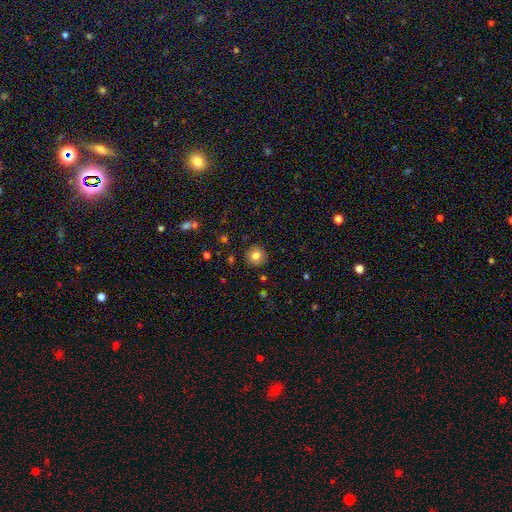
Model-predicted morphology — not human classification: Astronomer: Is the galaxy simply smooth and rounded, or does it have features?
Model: smooth — 81%.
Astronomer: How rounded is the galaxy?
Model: round — 94%.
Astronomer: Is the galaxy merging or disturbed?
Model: none — 90%.